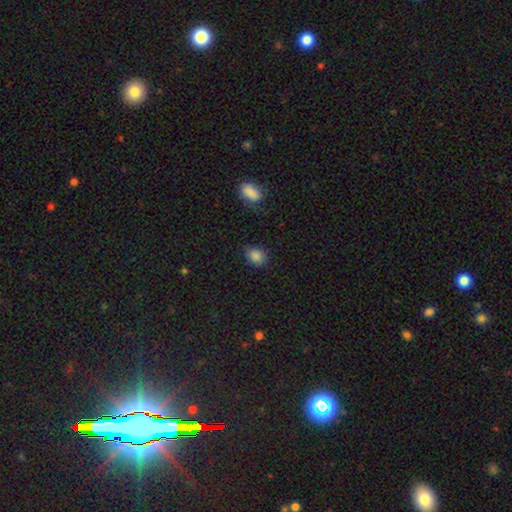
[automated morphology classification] Overall: smooth (86%). How rounded: in between (62%; round 37%). Merging: none (79%).